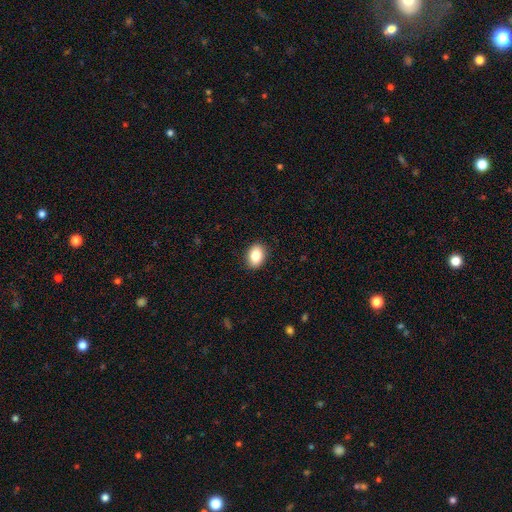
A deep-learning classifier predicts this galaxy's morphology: smooth-or-featured: smooth: 86% | star or artifact: 8% | featured or disk: 6%
  how-rounded: in between: 73% | round: 26% | cigar-shaped: 1%
  merging: none: 89% | minor disturbance: 8% | major disturbance: 2% | merger: 1%